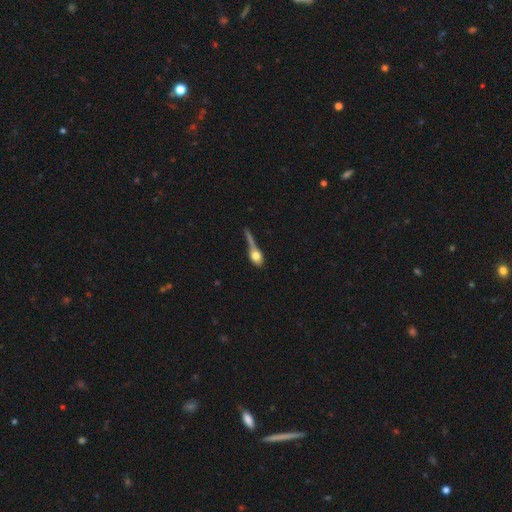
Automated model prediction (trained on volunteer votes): smooth 64%, featured or disk 27%, star or artifact 10%. Down the decision tree: how rounded — in between (53%); merging — major disturbance (34%).